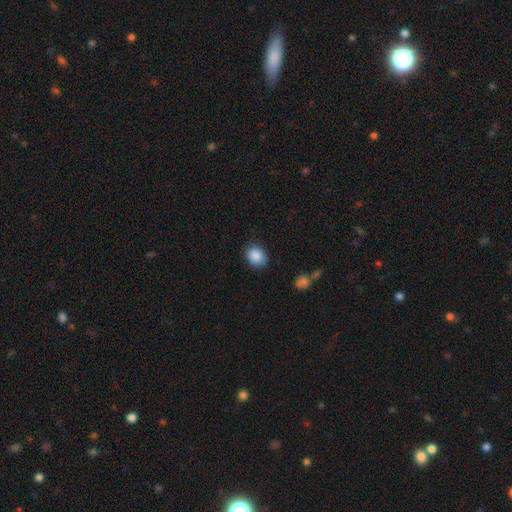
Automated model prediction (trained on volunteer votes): smooth-or-featured: smooth: 88% | star or artifact: 8% | featured or disk: 4%
  how-rounded: round: 65% | in between: 34% | cigar-shaped: 1%
  merging: none: 83% | minor disturbance: 13% | major disturbance: 3% | merger: 1%